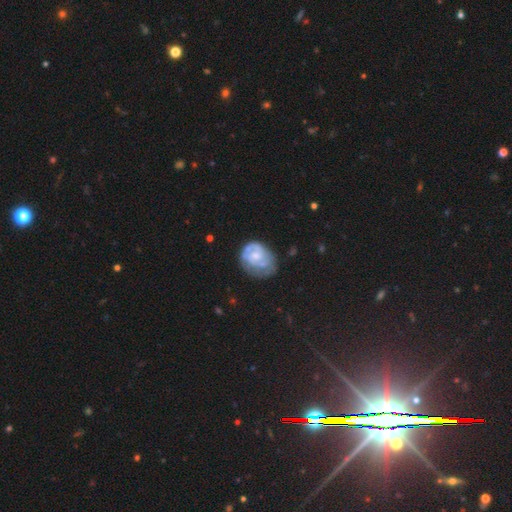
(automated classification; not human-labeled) smooth-or-featured: featured or disk: 68% | smooth: 26% | star or artifact: 6%
  disk-edge-on: no: 98% | yes: 2%
    bar: no: 62% | weak: 33% | strong: 5%
    has-spiral-arms: yes: 78% | no: 22%
      spiral-winding: tight: 50% | medium: 36% | loose: 15%
      spiral-arm-count: 2: 43% | can't tell: 29% | 1: 15% | 3: 8% | 4: 2% | more than 4: 2%
    bulge-size: moderate: 40% (tied) | small: 40% (tied) | none: 14% | large: 5% | dominant: 1%
  merging: none: 52% | minor disturbance: 27% | major disturbance: 17% | merger: 3%